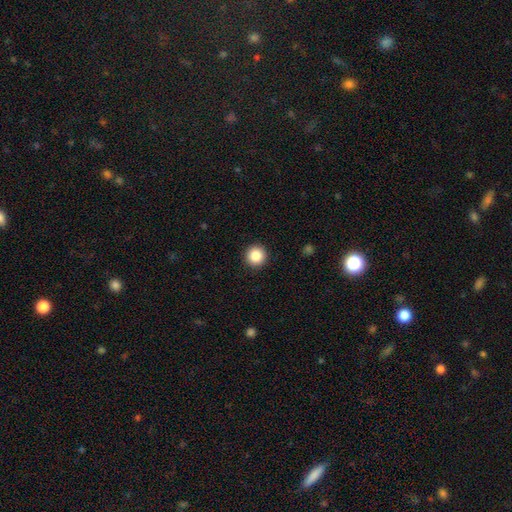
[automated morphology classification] A smooth galaxy with no disk features (86%) that is round (95%).

Vote fractions:
- Smooth or featured? smooth: 86% / star or artifact: 9% / featured or disk: 5%
- How rounded? round: 95% / in between: 4% / cigar-shaped: 1%
- Merging? none: 93% / minor disturbance: 5% / major disturbance: 2% / merger: 1%